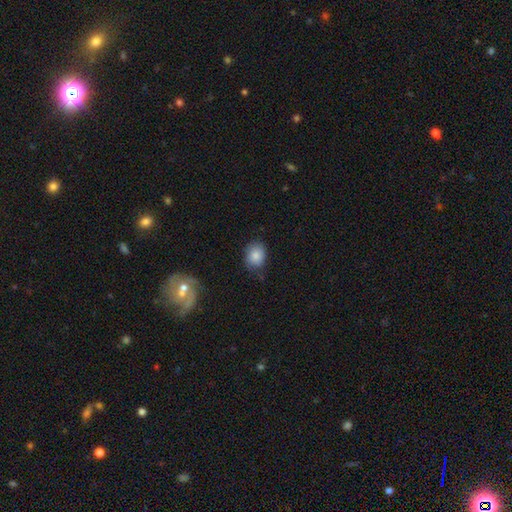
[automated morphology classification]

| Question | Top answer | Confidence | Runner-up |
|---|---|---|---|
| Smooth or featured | smooth | 83% | star or artifact (9%) |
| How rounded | round | 53% | in between (46%) |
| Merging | none | 71% | minor disturbance (23%) |